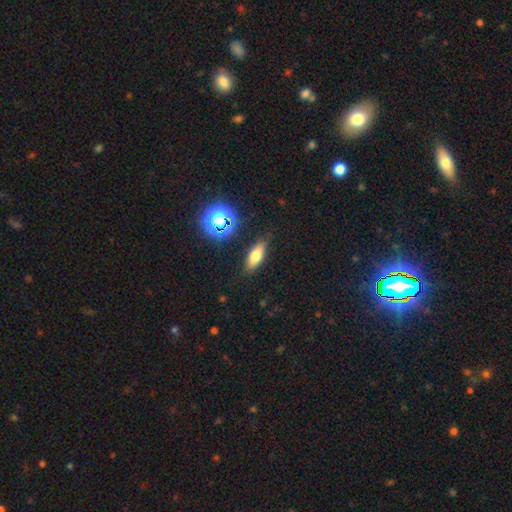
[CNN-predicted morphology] smooth 67%, featured or disk 20%, star or artifact 13%. Down the decision tree: how rounded — in between (67%); merging — none (83%).